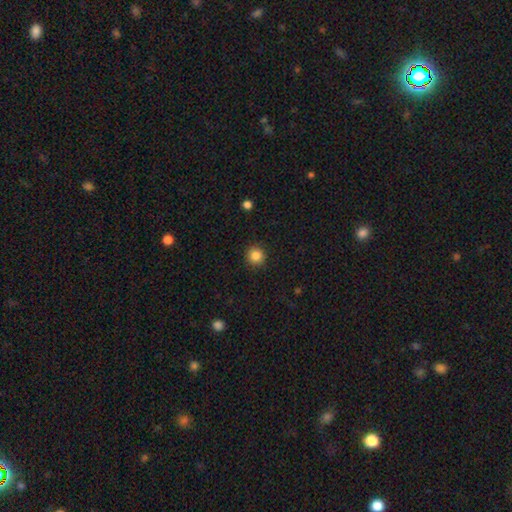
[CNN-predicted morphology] Smooth or featured: smooth — 85% (star or artifact — 11%)
How rounded: round — 94% (in between — 5%)
Merging: none — 91% (minor disturbance — 6%)